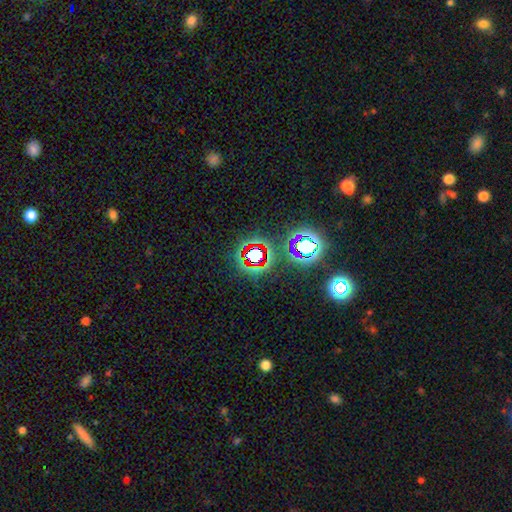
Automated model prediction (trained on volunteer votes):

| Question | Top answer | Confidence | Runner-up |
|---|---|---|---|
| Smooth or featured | star or artifact | 71% | smooth (17%) |